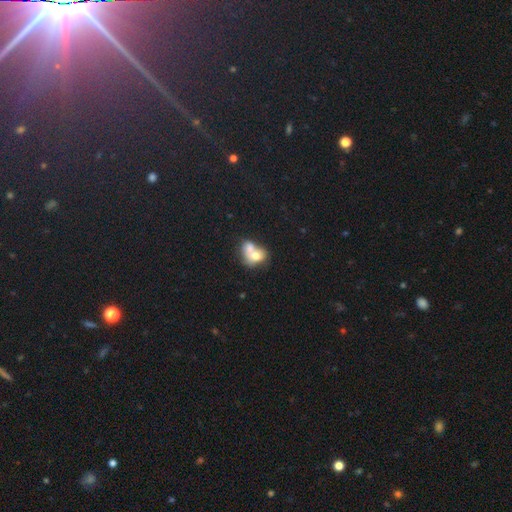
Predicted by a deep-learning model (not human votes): smooth_or_featured: smooth (p=0.67) [alt: featured or disk p=0.24]
how_rounded: in between (p=0.55) [alt: round p=0.43]
merging: merger (p=0.72) [alt: none p=0.16]